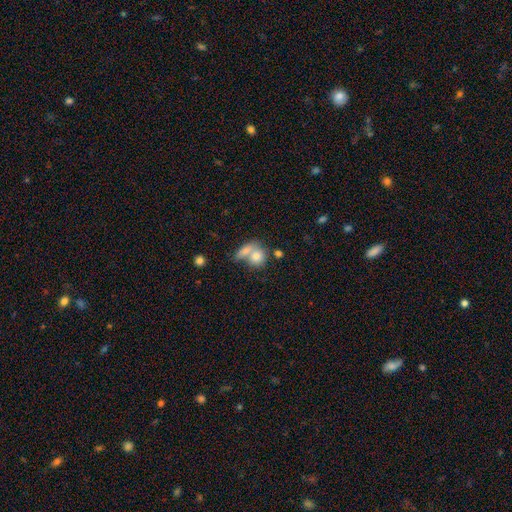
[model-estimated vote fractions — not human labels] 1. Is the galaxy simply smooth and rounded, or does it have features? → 78% smooth, 14% featured or disk, 8% star or artifact.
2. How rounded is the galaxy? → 65% round, 32% in between, 3% cigar-shaped.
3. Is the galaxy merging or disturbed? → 53% merger, 33% none, 9% minor disturbance, 5% major disturbance.